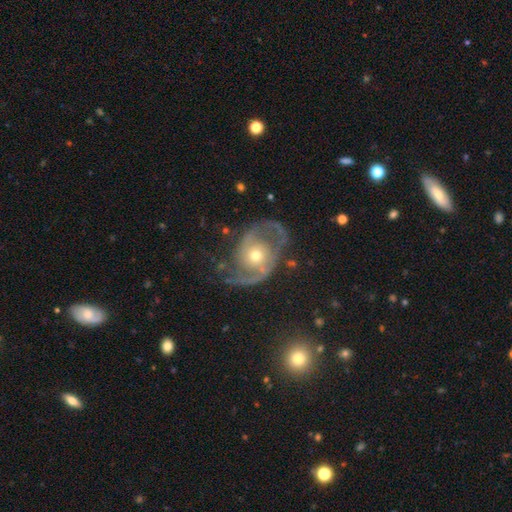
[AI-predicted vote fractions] This is clearly a featured or disk galaxy (82%). It is clearly not viewed edge-on (96%). Bar: likely no (72%). Spiral arm pattern: clearly yes (87%). Spiral arm count: clearly 2 (84%). Spiral winding: possibly medium (48%). Central bulge: possibly moderate (53%). Merging: possibly none (60%).